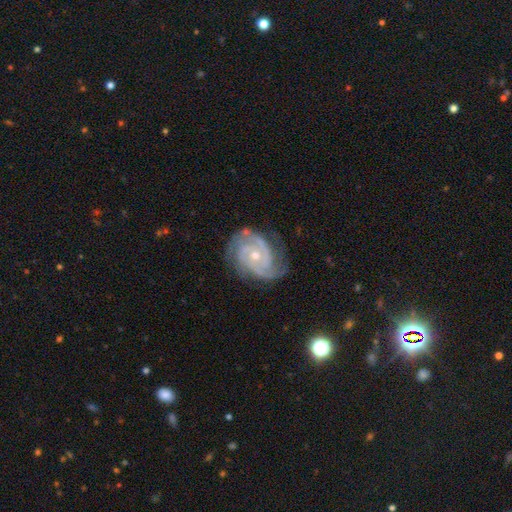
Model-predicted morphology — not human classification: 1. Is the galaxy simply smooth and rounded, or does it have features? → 90% featured or disk, 5% smooth, 5% star or artifact.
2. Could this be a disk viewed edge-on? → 97% no, 3% yes.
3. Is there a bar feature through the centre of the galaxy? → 72% no, 23% weak, 5% strong.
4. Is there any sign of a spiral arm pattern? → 98% yes, 2% no.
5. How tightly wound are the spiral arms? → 61% tight, 33% medium, 6% loose.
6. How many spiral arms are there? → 38% 3, 31% 2, 13% can't tell, 8% 4, 5% 1, 5% more than 4.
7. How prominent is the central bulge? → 53% small, 44% moderate, 1% large, 1% none, 1% dominant.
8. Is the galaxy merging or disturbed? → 71% none, 21% minor disturbance, 7% major disturbance, 1% merger.